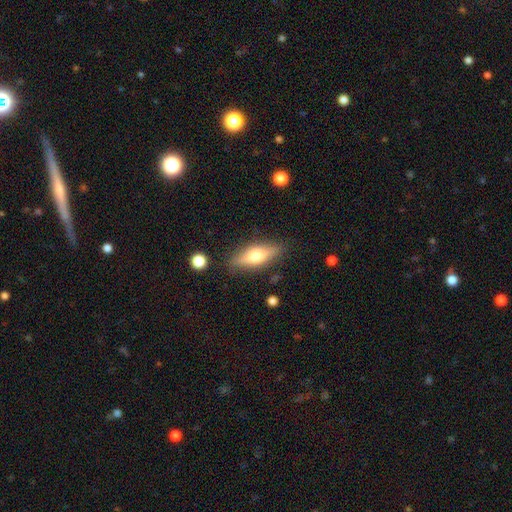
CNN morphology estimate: The model was most divided on "smooth or featured": smooth: 56%, featured or disk: 37%, star or artifact: 7%. More confident: merging — none (83%); how rounded — in between (60%).